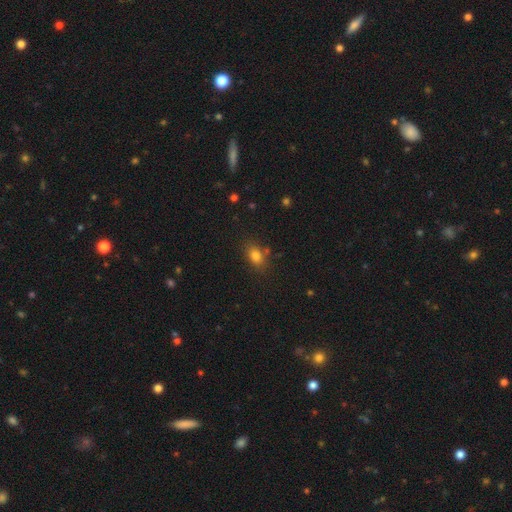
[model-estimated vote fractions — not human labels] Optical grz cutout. It shows a smooth galaxy with no disk features (81%) that is in between round and cigar-shaped (75%). Merging: none (76%).